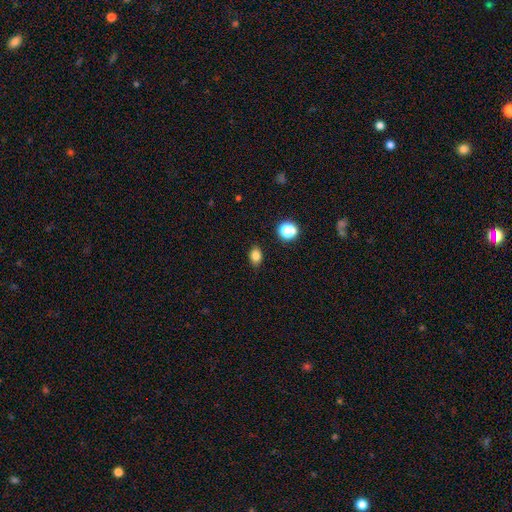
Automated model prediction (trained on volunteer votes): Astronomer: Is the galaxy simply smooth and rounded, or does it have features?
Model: smooth — 83%.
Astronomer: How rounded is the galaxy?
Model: in between — 71%.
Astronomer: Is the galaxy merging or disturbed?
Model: none — 86%.